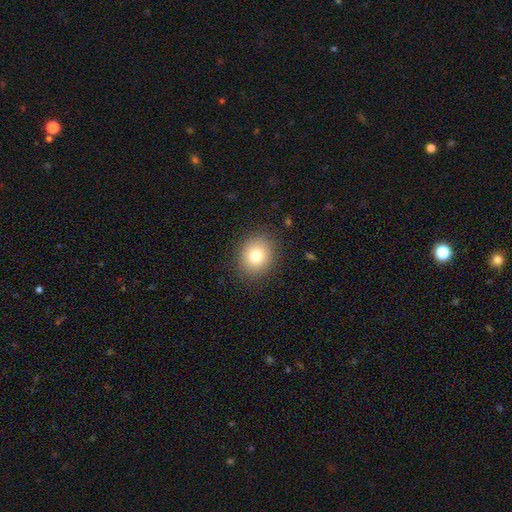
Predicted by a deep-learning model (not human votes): A smooth galaxy with no disk features (79%) that is round (72%). Merging: none (88%).